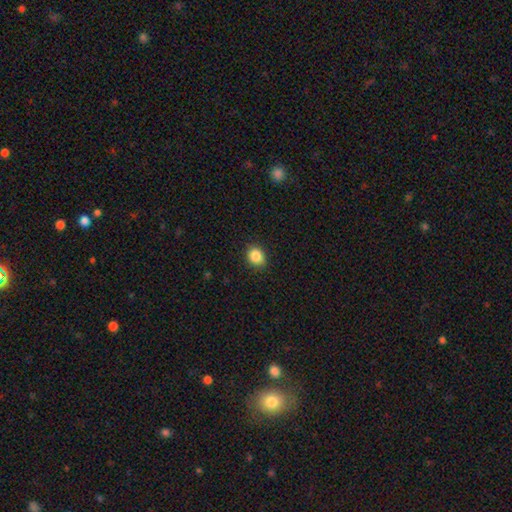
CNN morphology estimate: type=smooth (86%); roundness=round (53%); merging=none (87%).